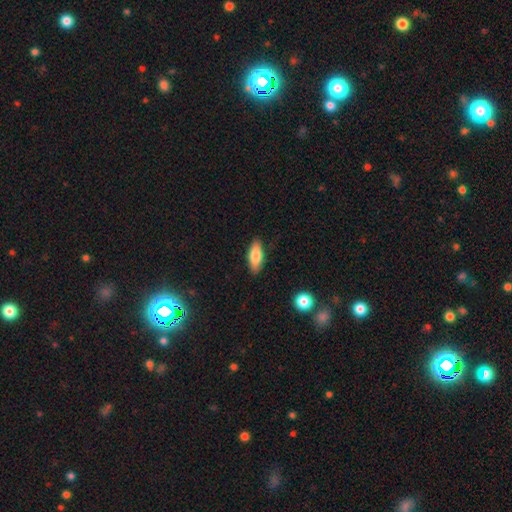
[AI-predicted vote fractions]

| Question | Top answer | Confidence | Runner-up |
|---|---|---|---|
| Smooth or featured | smooth | 78% | featured or disk (16%) |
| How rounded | in between | 75% | cigar-shaped (23%) |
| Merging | none | 87% | minor disturbance (10%) |